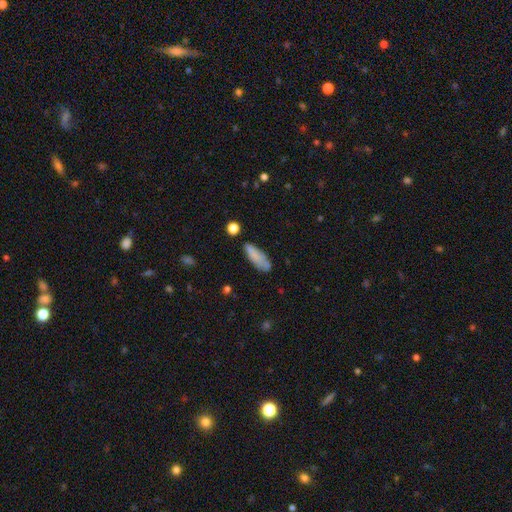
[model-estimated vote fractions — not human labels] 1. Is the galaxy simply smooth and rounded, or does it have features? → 78% smooth, 13% featured or disk, 8% star or artifact.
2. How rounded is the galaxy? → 55% in between, 43% cigar-shaped, 2% round.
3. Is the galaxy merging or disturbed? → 65% none, 23% minor disturbance, 7% major disturbance, 5% merger.